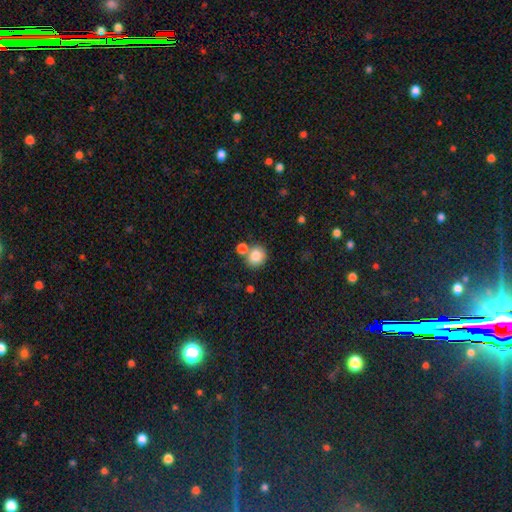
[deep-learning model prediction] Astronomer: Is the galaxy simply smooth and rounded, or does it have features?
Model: smooth — 83%.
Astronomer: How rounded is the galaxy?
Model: round — 74%.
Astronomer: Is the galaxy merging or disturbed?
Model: none — 61%.